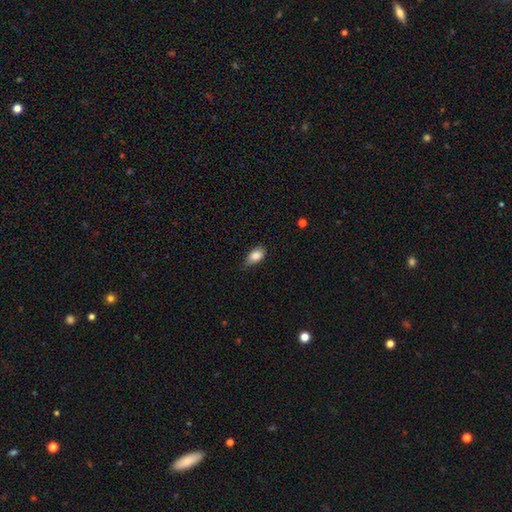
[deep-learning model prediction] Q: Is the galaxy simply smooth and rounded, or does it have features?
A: smooth — 85%.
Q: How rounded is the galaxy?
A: in between — 89%.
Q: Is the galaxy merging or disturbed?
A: none — 64%.